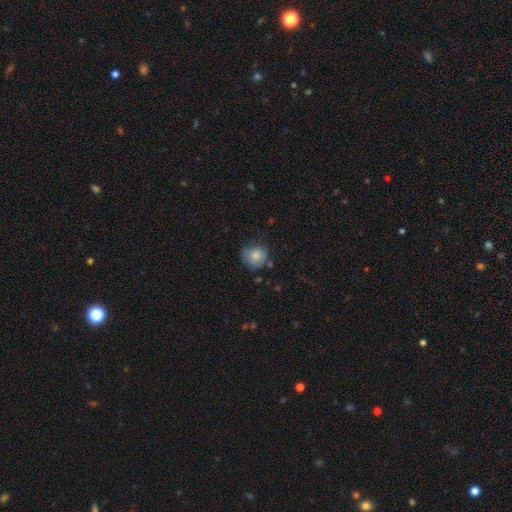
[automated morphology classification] type=smooth (77%); roundness=round (83%); merging=none (62%).